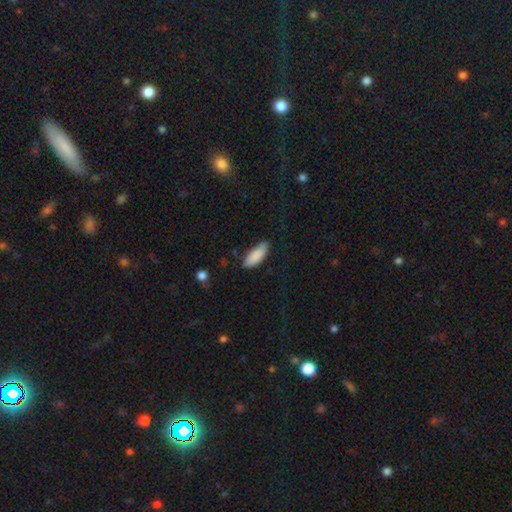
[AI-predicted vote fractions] smooth-or-featured: smooth: 88% | star or artifact: 6% | featured or disk: 6%
  how-rounded: in between: 80% | cigar-shaped: 18% | round: 2%
  merging: none: 77% | minor disturbance: 19% | major disturbance: 3% | merger: 2%